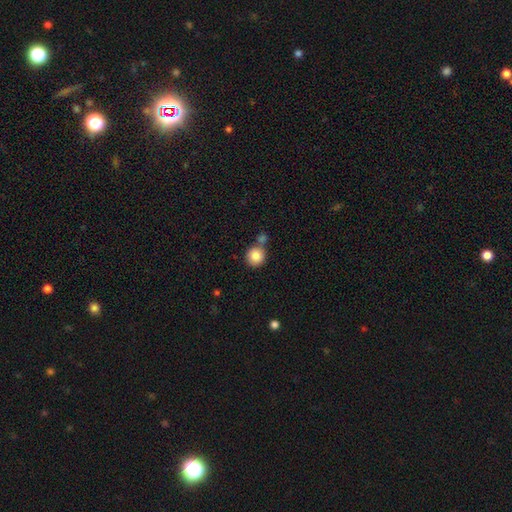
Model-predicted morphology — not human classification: Smooth or featured? smooth (86%)
How rounded? round (91%)
Merging? none (65%)